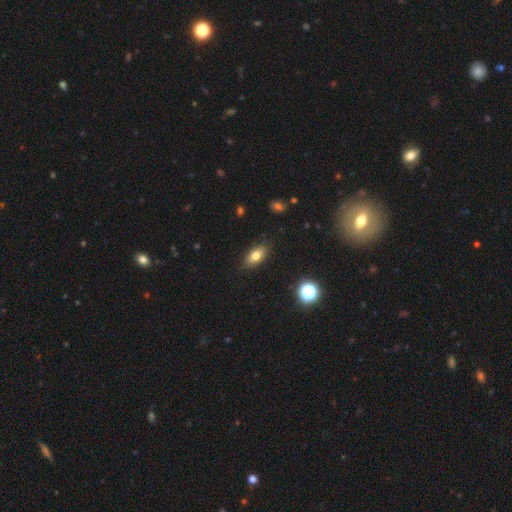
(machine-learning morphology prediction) A smooth galaxy with no disk features (76%) that is in between round and cigar-shaped (82%).

Vote fractions:
- Smooth or featured? smooth: 76% / featured or disk: 14% / star or artifact: 10%
- How rounded? in between: 82% / cigar-shaped: 11% / round: 7%
- Merging? none: 86% / minor disturbance: 10% / major disturbance: 2% / merger: 1%